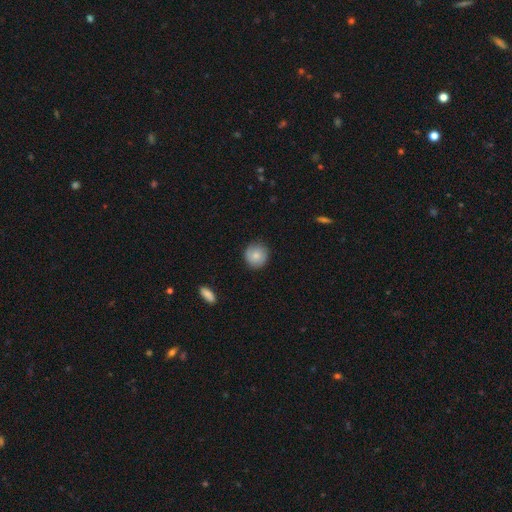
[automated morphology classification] Overall: smooth (78%). How rounded: round (91%). Merging: none (86%).